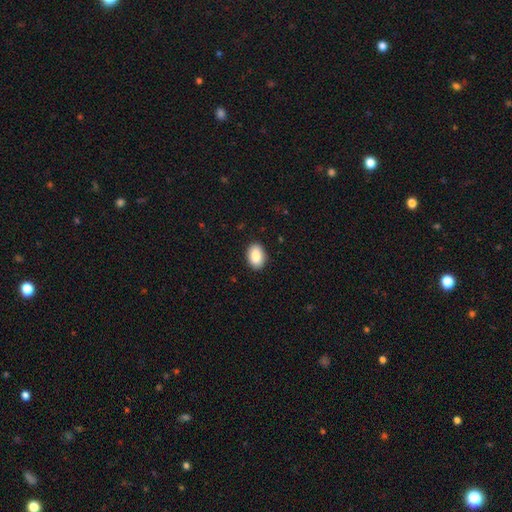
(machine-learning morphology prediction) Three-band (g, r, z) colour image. It shows a smooth galaxy with no disk features (86%) that is in between round and cigar-shaped (84%). Merging: none (90%).